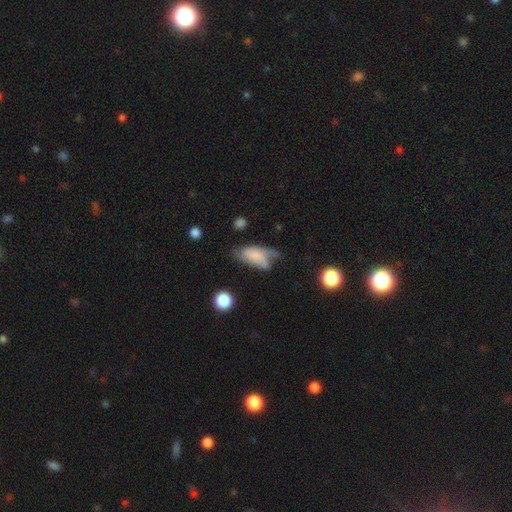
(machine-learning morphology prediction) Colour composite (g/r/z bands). It shows a smooth galaxy with no disk features (56%) that is in between round and cigar-shaped (88%). Merging: minor disturbance (34%).